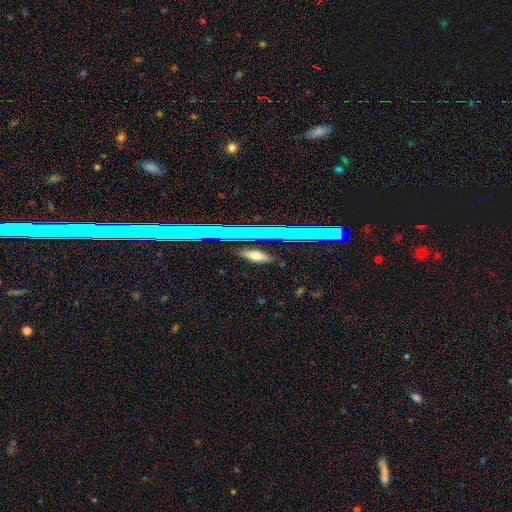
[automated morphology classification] Smooth or featured: smooth — 58% (featured or disk — 25%)
How rounded: in between — 55% (cigar-shaped — 36%)
Merging: none — 85% (minor disturbance — 10%)